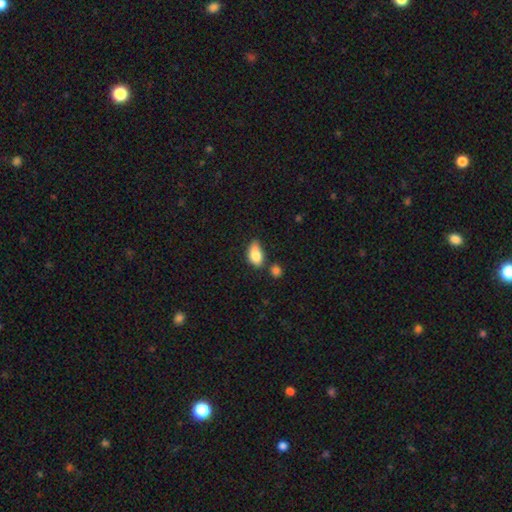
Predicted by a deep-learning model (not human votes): A smooth galaxy with no disk features (83%) that is in between round and cigar-shaped (88%). Merging: none (41%).